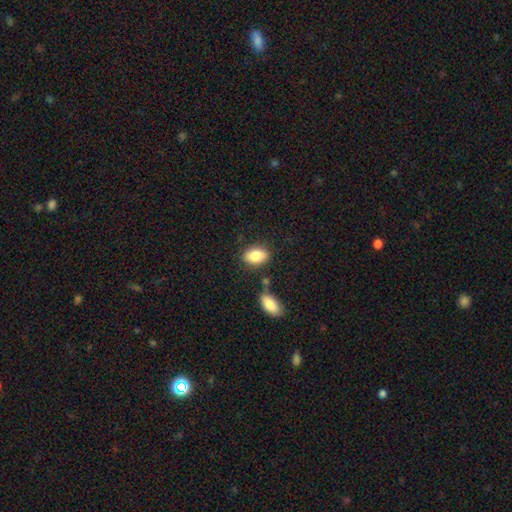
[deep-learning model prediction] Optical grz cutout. It shows a smooth galaxy with no disk features (82%) that is in between round and cigar-shaped (87%). Merging: none (77%).